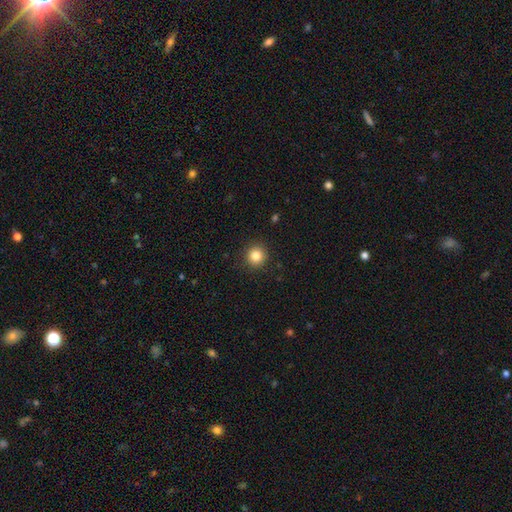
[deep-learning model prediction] Overall: smooth (84%). How rounded: round (94%). Merging: none (92%).